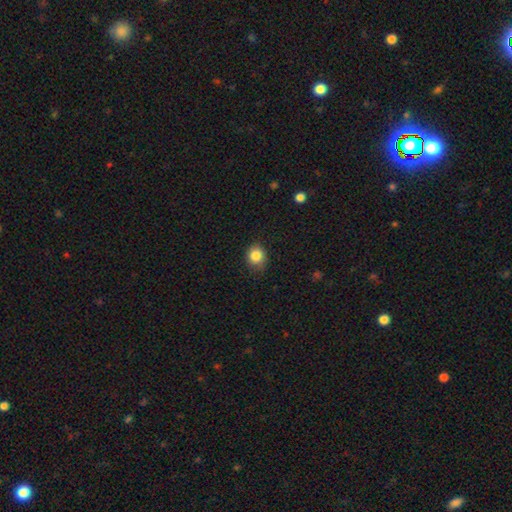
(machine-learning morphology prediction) Smooth or featured? smooth (84%)
How rounded? round (74%)
Merging? none (80%)